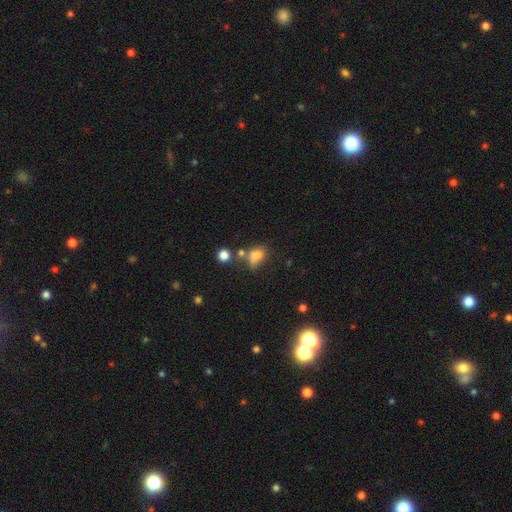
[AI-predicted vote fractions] A smooth galaxy with no disk features (72%) that is in between round and cigar-shaped (72%). Merging: none (31%).